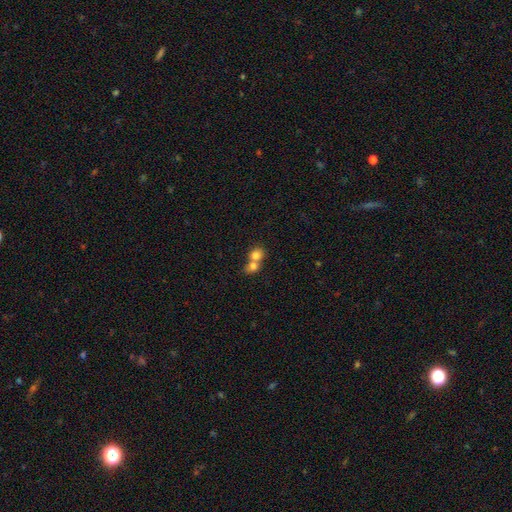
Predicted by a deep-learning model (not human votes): Smooth or featured? smooth (77%)
How rounded? round (69%)
Merging? merger (70%)